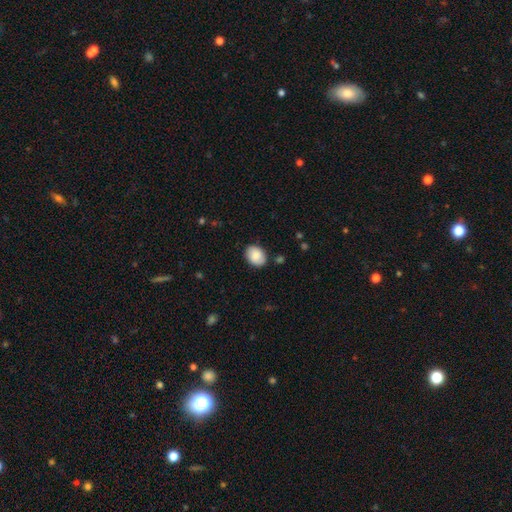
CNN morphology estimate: This appears to be a smooth galaxy with no disk features (85%) that is in between round and cigar-shaped (65%). Merging: none (84%).